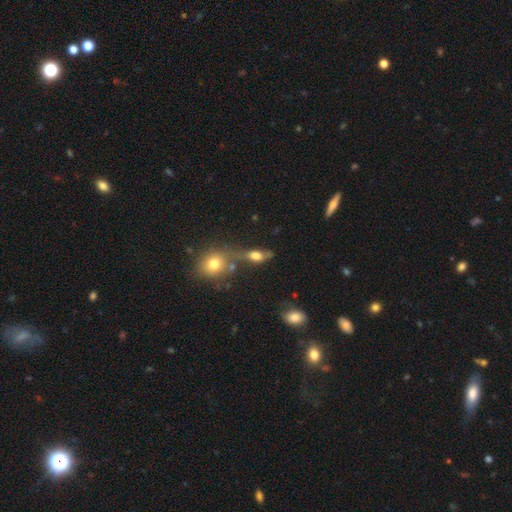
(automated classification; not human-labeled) This is likely a smooth galaxy (61%). How rounded: likely in between (65%). Merging: marginally none (39%).